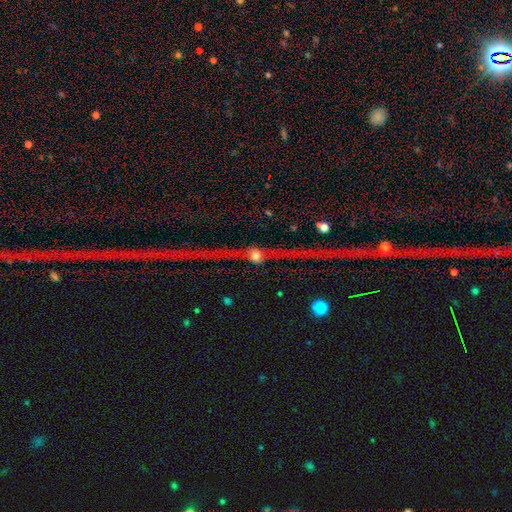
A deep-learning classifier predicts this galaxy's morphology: This appears to be a featured or disk galaxy (64%) viewed edge-on (80%) with a rounded central bulge (94%). Merging: none (74%).